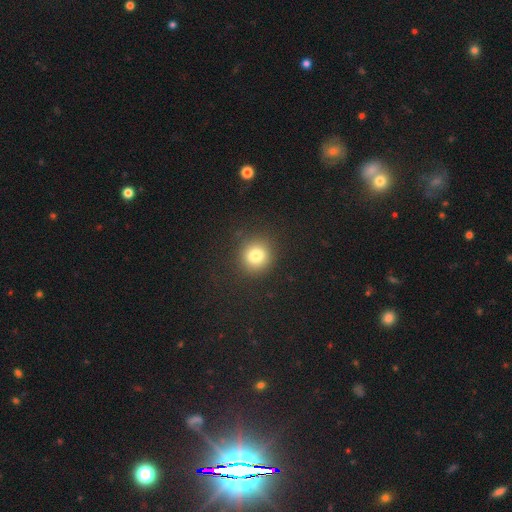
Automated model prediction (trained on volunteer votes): smooth 81%, star or artifact 12%, featured or disk 7%. Down the decision tree: how rounded — round (88%); merging — none (89%).